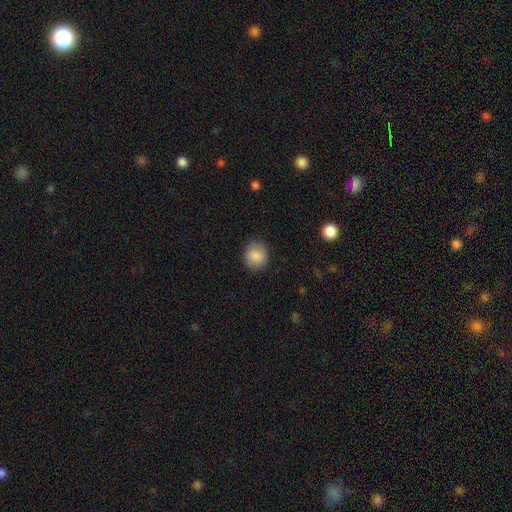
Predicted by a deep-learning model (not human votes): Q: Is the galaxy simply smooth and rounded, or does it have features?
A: smooth — 85%.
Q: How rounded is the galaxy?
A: round — 81%.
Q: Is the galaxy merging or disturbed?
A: none — 85%.